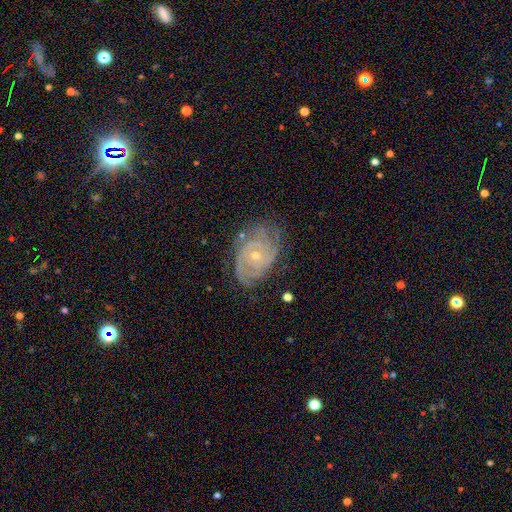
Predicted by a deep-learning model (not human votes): This is clearly a featured or disk galaxy (89%). It is clearly not viewed edge-on (97%). Bar: likely no (75%). Spiral arm pattern: clearly yes (97%). Spiral arm count: marginally 3 (28%). Spiral winding: likely tight (75%). Central bulge: likely small (64%). Merging: likely none (73%).